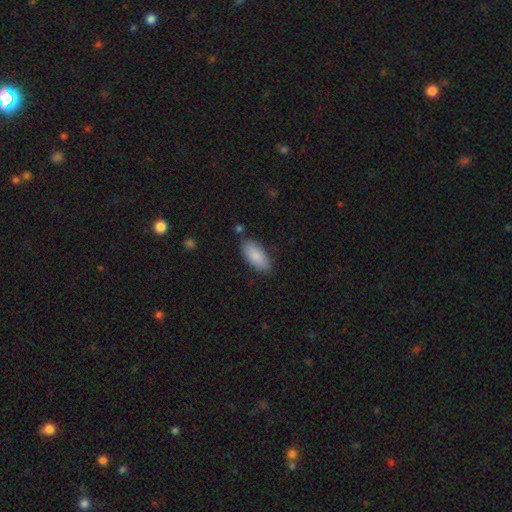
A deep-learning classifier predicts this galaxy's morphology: type=smooth (87%); roundness=in between (89%); merging=none (81%).